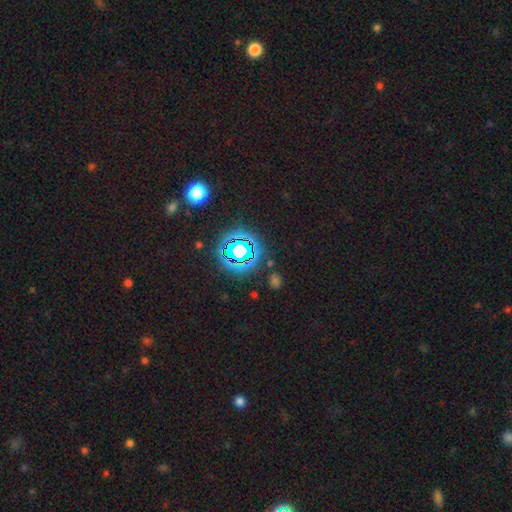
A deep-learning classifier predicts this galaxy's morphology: Smooth or featured?
  - star or artifact: 81% *
  - smooth: 13%
  - featured or disk: 6%